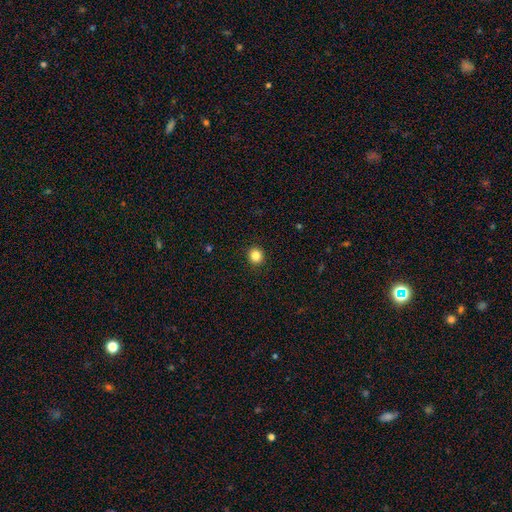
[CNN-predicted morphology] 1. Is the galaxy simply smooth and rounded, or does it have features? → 84% smooth, 12% star or artifact, 4% featured or disk.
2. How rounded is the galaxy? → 91% round, 8% in between, 1% cigar-shaped.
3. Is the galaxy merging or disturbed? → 93% none, 5% minor disturbance, 2% major disturbance, 1% merger.